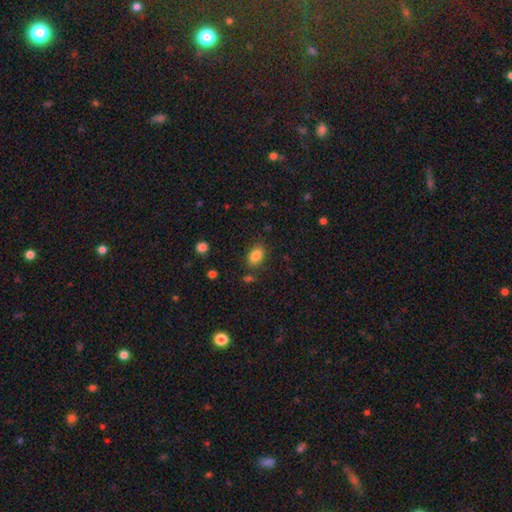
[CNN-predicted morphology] smooth-or-featured: smooth: 85% | star or artifact: 9% | featured or disk: 6%
  how-rounded: in between: 85% | round: 14% | cigar-shaped: 2%
  merging: none: 80% | minor disturbance: 13% | merger: 4% | major disturbance: 4%